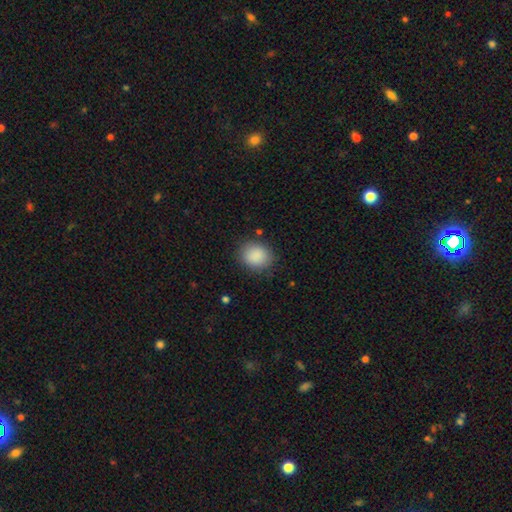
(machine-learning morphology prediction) The model was most divided on "how rounded": round: 66%, in between: 34%, cigar-shaped: 1%. More confident: smooth or featured — smooth (88%); merging — none (84%).